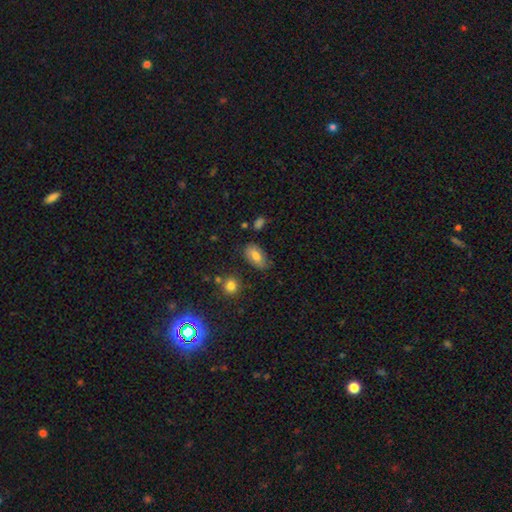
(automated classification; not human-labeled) The model was most divided on "smooth or featured": smooth: 75%, featured or disk: 17%, star or artifact: 8%. More confident: how rounded — in between (91%); merging — none (78%).